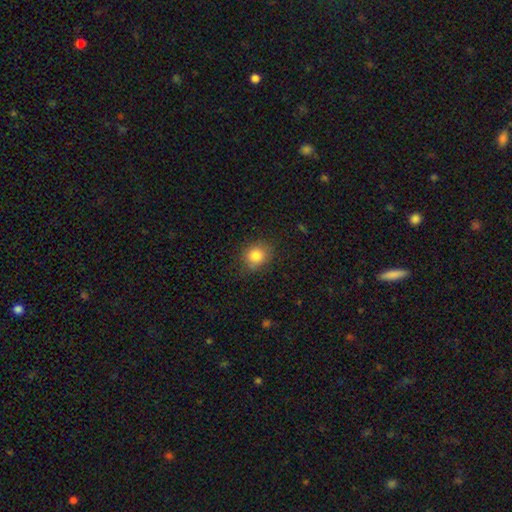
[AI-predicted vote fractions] The model was most divided on "how rounded": round: 68%, in between: 31%, cigar-shaped: 1%. More confident: smooth or featured — smooth (82%); merging — none (79%).